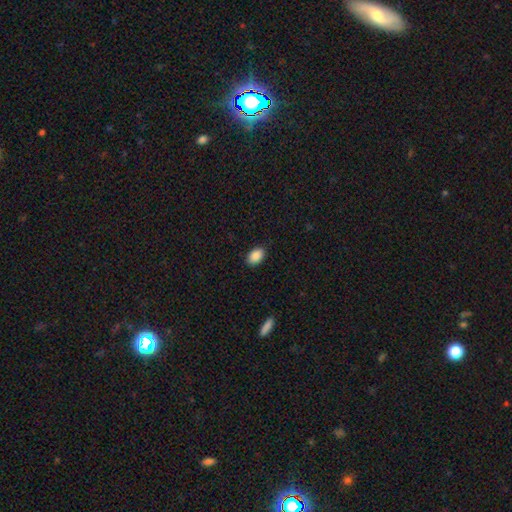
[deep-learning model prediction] smooth 89%, star or artifact 7%, featured or disk 3%. Down the decision tree: how rounded — in between (90%); merging — none (88%).